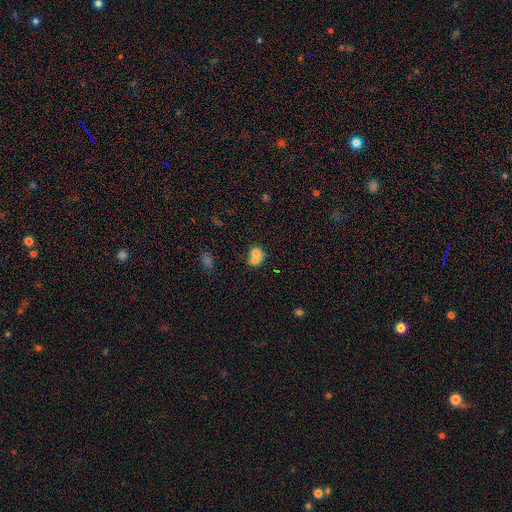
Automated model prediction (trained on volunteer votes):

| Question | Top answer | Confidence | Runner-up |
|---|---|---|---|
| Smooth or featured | smooth | 70% | featured or disk (19%) |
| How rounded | round | 59% | in between (40%) |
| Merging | merger | 62% | none (25%) |